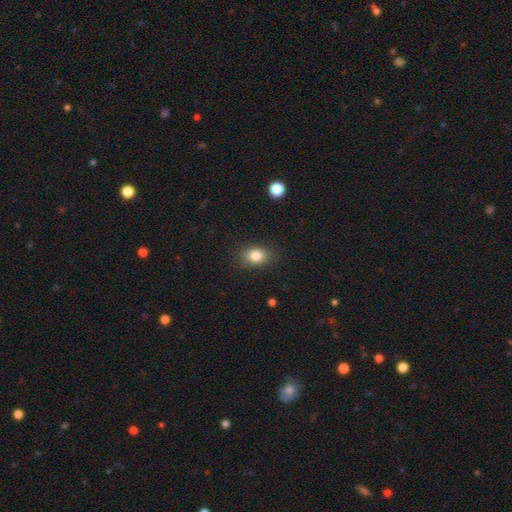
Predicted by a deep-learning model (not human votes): This is clearly a smooth galaxy (82%). How rounded: likely in between (68%). Merging: clearly none (86%).